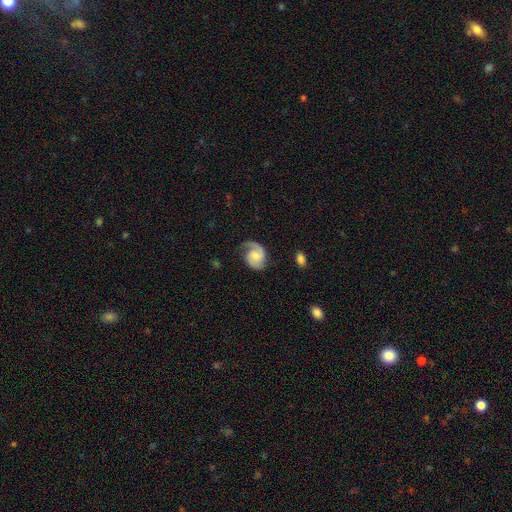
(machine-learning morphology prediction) type=featured or disk (77%); edge-on=no (98%); bar=no (65%); spiral arms=yes (95%); winding=medium (44%); arm count=2 (55%); bulge=small (45%); merging=none (61%).